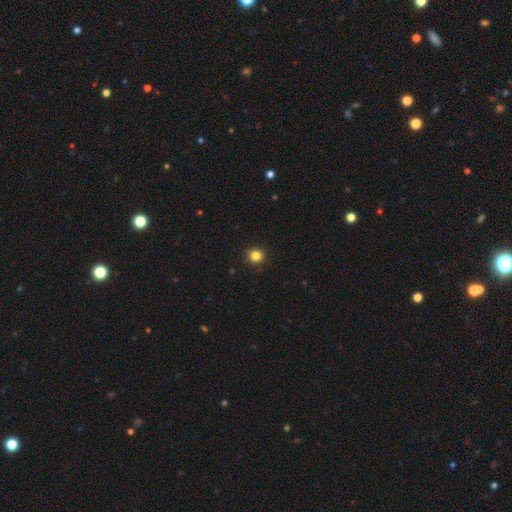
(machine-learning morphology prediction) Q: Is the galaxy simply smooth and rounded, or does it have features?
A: smooth — 83%.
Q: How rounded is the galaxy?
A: round — 89%.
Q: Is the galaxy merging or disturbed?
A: none — 93%.